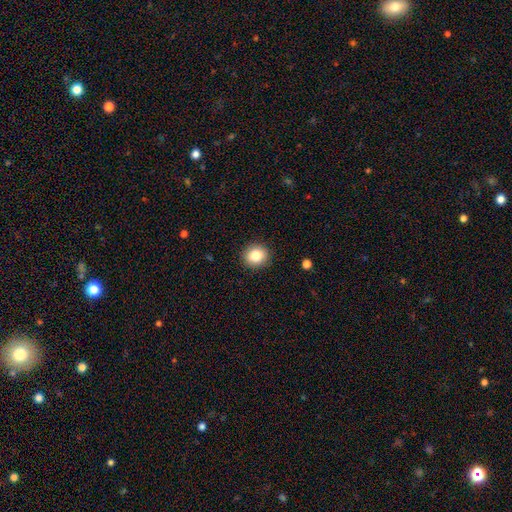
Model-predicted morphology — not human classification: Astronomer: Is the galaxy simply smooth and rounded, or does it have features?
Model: smooth — 84%.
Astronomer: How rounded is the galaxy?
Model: round — 82%.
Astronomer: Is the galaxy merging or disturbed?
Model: none — 91%.